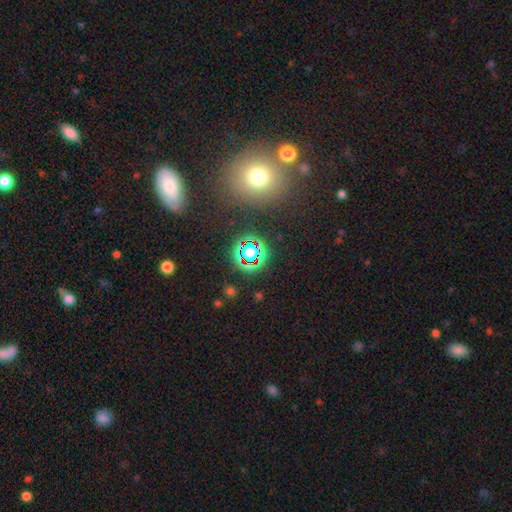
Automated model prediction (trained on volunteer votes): smooth-or-featured: star or artifact: 63% | smooth: 25% | featured or disk: 12%